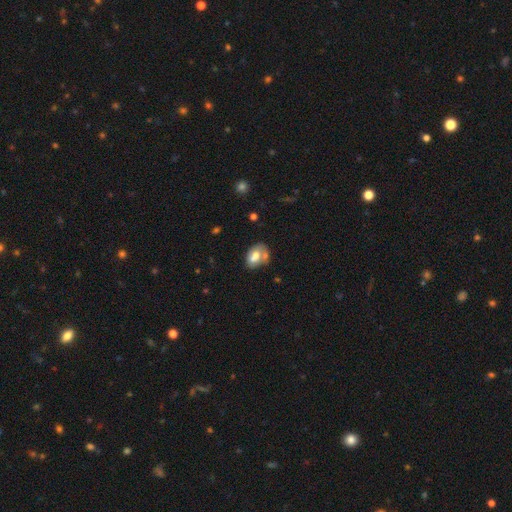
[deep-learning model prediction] Overall: smooth (58%; featured or disk 34%). How rounded: in between (77%). Merging: merger (40%; none 31%).